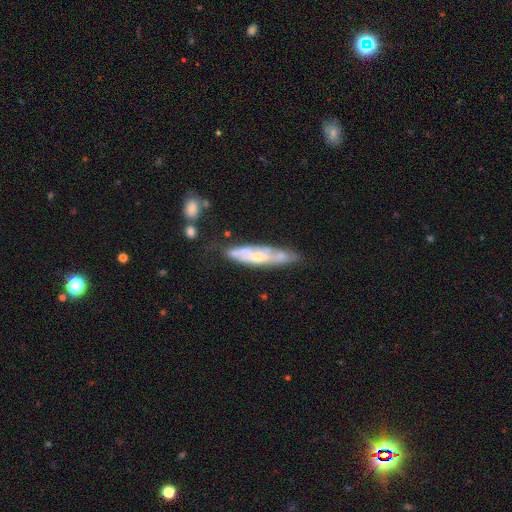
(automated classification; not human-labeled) featured or disk 65%, smooth 28%, star or artifact 6%. Down the decision tree: edge-on disk — no (59%); merging — none (52%).